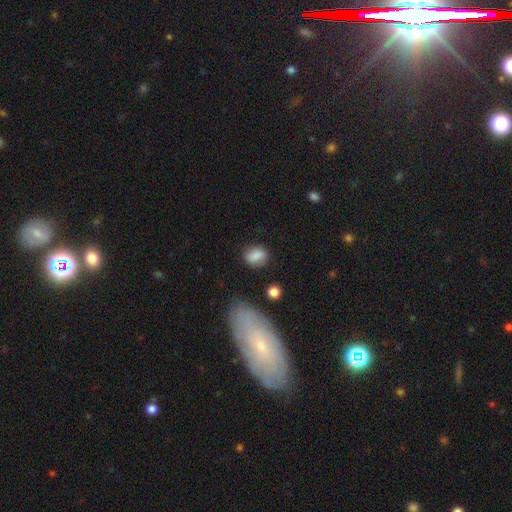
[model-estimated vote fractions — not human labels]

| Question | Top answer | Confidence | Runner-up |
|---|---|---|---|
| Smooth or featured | smooth | 83% | featured or disk (9%) |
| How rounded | in between | 63% | round (35%) |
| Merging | none | 77% | minor disturbance (16%) |